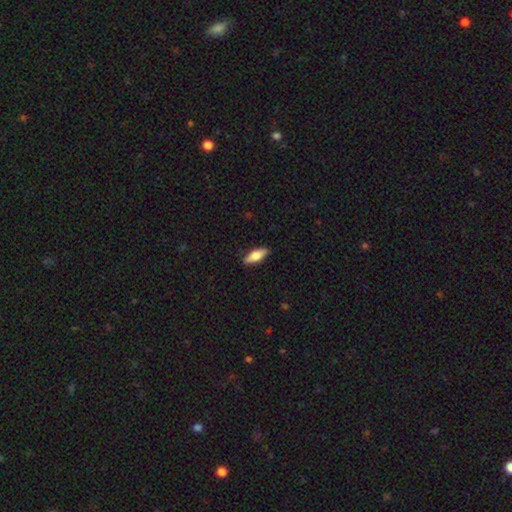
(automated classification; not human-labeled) A smooth galaxy with no disk features (65%) that is in between round and cigar-shaped (61%). Merging: none (88%).